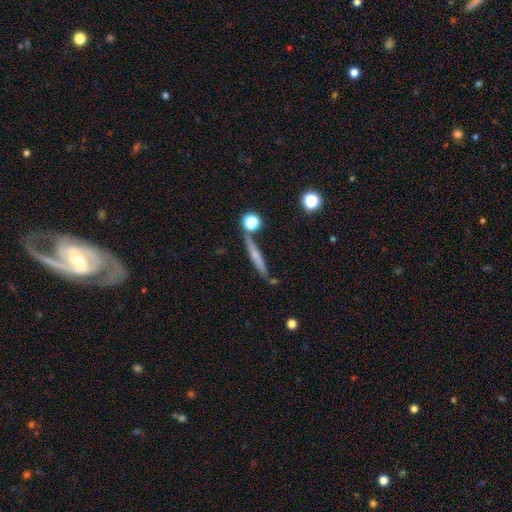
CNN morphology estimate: This appears to be a smooth galaxy with no disk features (50%). Merging: none (75%).